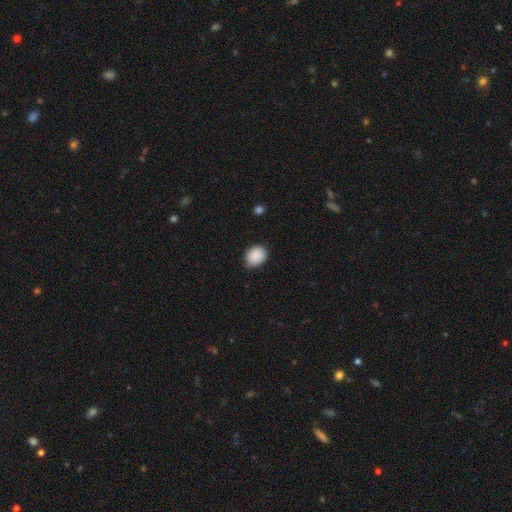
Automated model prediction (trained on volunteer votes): Morphology: type=smooth (90%); roundness=in between (53%); merging=none (71%).